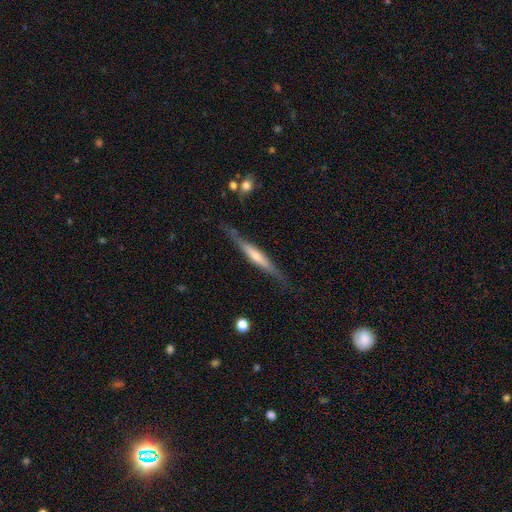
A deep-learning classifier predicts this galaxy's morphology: type=featured or disk (64%); edge-on=yes (94%); edge-on bulge=rounded (50%); merging=none (79%).